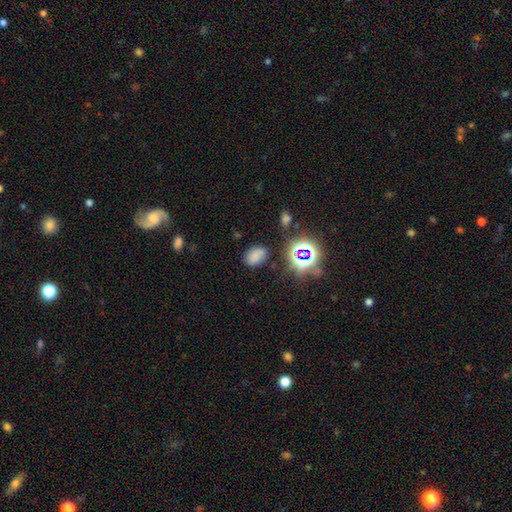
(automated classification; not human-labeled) This is likely a smooth galaxy (69%). How rounded: clearly in between (85%). Merging: likely none (77%).